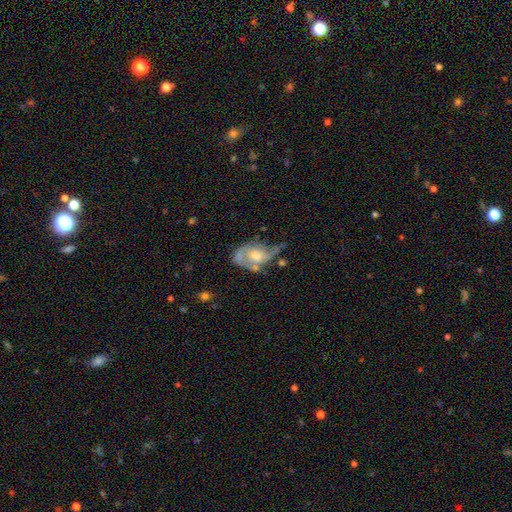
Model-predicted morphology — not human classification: featured or disk 72%, smooth 21%, star or artifact 7%. Down the decision tree: edge-on disk — no (95%); bar — no (73%); spiral arms — yes (76%); spiral arm count — 2 (56%); spiral winding — medium (42%); bulge size — moderate (53%); merging — major disturbance (33%).